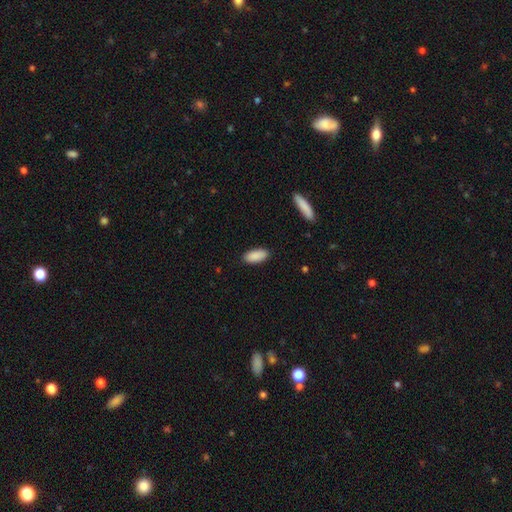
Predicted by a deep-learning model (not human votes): The model was most divided on "how rounded": in between: 86%, cigar-shaped: 12%, round: 2%. More confident: smooth or featured — smooth (90%); merging — none (88%).